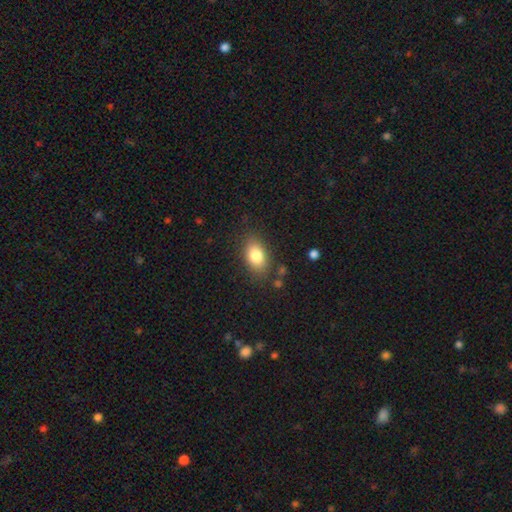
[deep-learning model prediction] This appears to be a smooth galaxy with no disk features (82%) that is in between round and cigar-shaped (85%). Merging: none (82%).